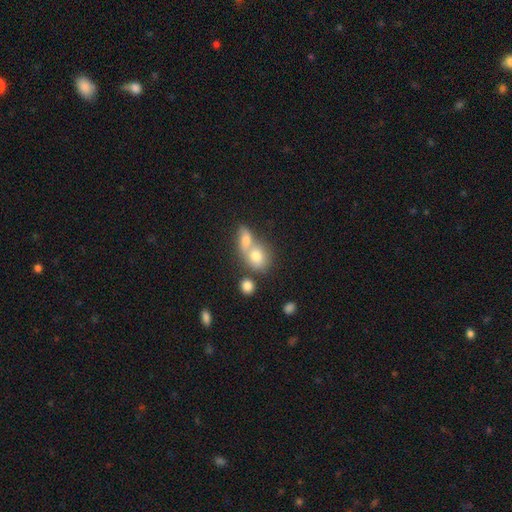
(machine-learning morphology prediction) This appears to be a smooth galaxy with no disk features (74%) that is round (55%). Merging: merger (63%).